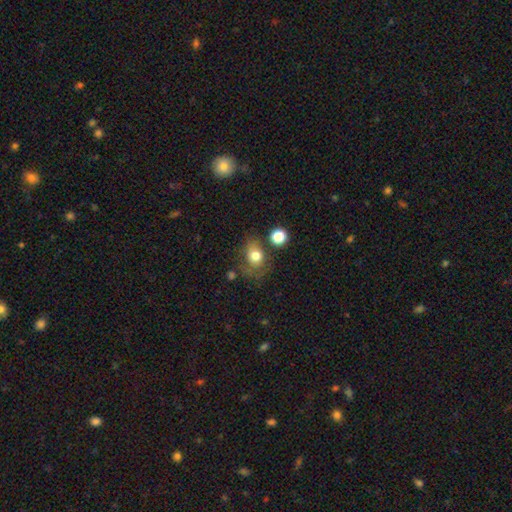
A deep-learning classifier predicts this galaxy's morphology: Smooth or featured?
  - smooth: 73% *
  - featured or disk: 15%
  - star or artifact: 11%
How rounded?
  - round: 52% *
  - in between: 47%
  - cigar-shaped: 1%
Merging?
  - none: 49% *
  - minor disturbance: 24%
  - major disturbance: 15%
  - merger: 11%